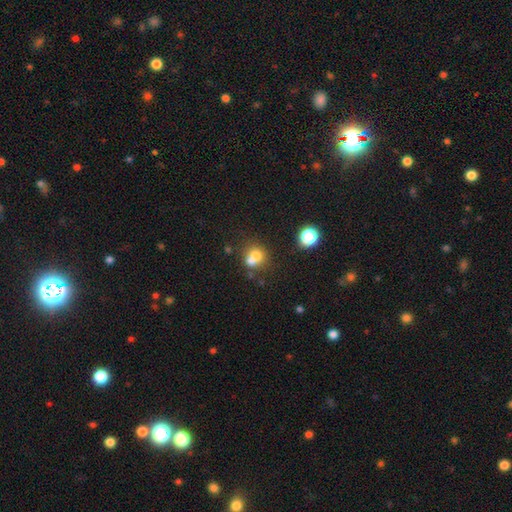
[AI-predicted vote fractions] Smooth or featured?
  - smooth: 68% *
  - featured or disk: 19%
  - star or artifact: 14%
How rounded?
  - round: 75% *
  - in between: 24%
  - cigar-shaped: 1%
Merging?
  - merger: 56% *
  - none: 32%
  - minor disturbance: 8%
  - major disturbance: 4%